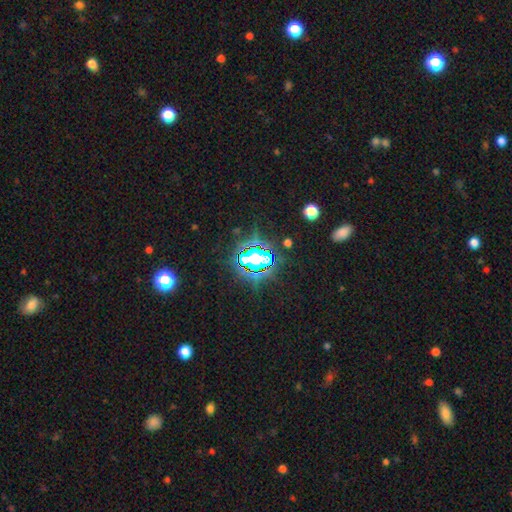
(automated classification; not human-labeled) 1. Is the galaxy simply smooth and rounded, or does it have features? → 80% star or artifact, 13% smooth, 7% featured or disk.